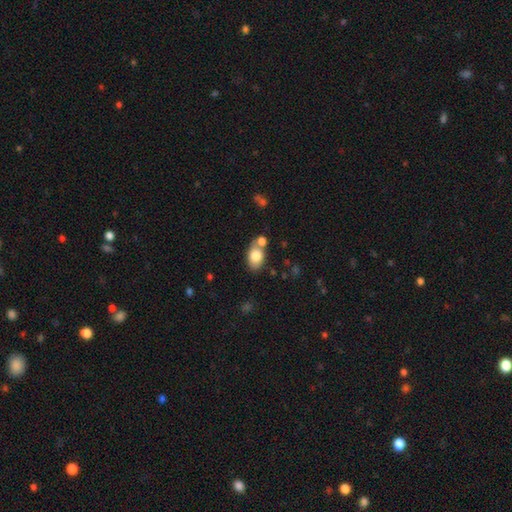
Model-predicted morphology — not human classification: smooth-or-featured: smooth: 80% | featured or disk: 13% | star or artifact: 8%
  how-rounded: in between: 83% | round: 15% | cigar-shaped: 2%
  merging: none: 52% | merger: 28% | minor disturbance: 15% | major disturbance: 5%